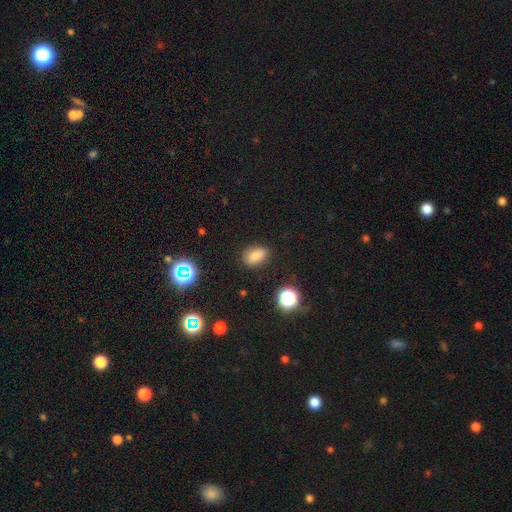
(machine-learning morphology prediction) Smooth or featured? smooth (80%)
How rounded? in between (83%)
Merging? none (82%)